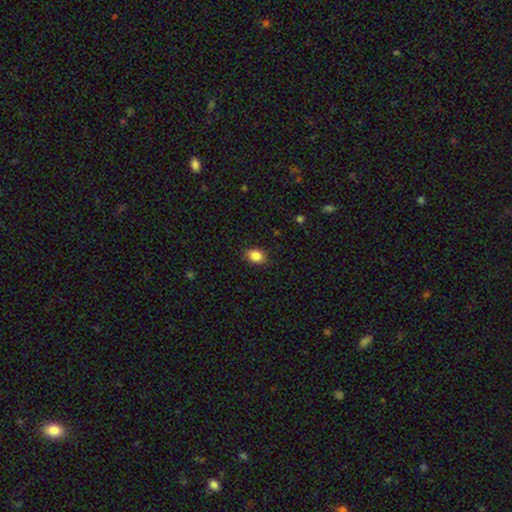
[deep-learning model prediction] The model was most divided on "how rounded": in between: 78%, round: 20%, cigar-shaped: 1%. More confident: smooth or featured — smooth (87%); merging — none (86%).